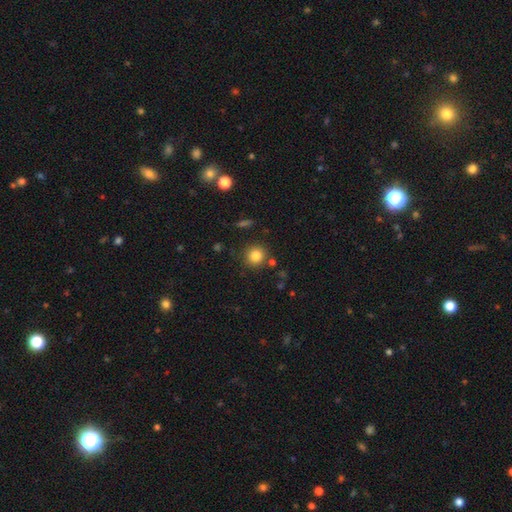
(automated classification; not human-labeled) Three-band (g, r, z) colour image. It shows a smooth galaxy with no disk features (83%) that is round (91%). Merging: none (84%).